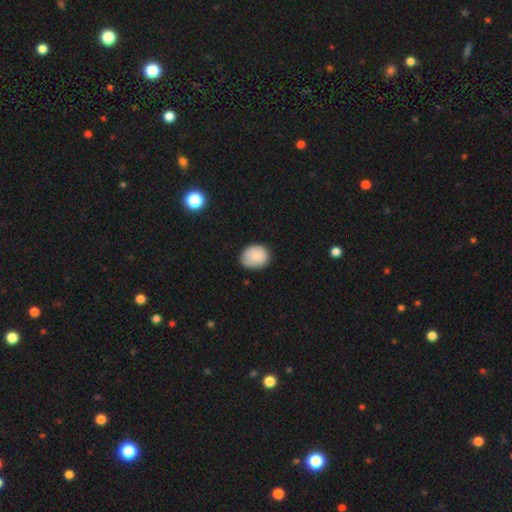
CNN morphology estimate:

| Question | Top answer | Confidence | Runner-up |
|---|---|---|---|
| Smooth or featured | smooth | 84% | featured or disk (9%) |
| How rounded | round | 56% | in between (43%) |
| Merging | none | 76% | minor disturbance (20%) |